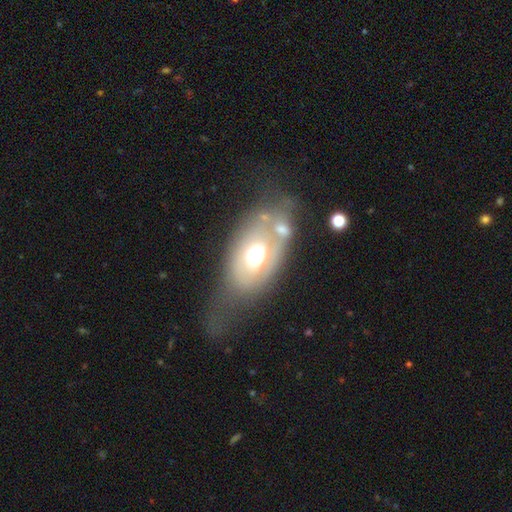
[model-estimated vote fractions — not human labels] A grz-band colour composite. It shows a featured or disk galaxy (45%, tied with smooth). Merging: none (45%).